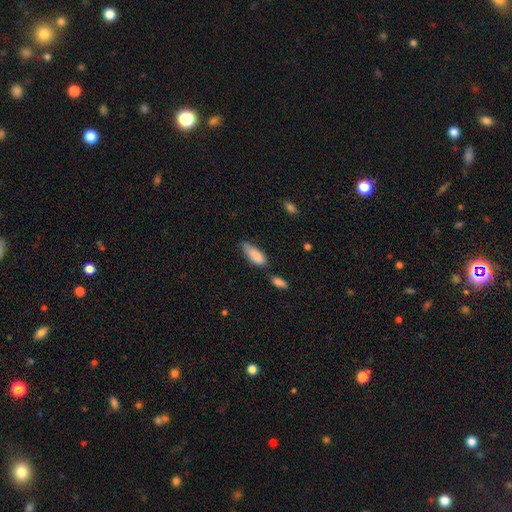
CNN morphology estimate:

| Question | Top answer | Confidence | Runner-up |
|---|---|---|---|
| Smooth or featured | smooth | 86% | featured or disk (8%) |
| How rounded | in between | 74% | cigar-shaped (24%) |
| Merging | none | 46% | minor disturbance (33%) |